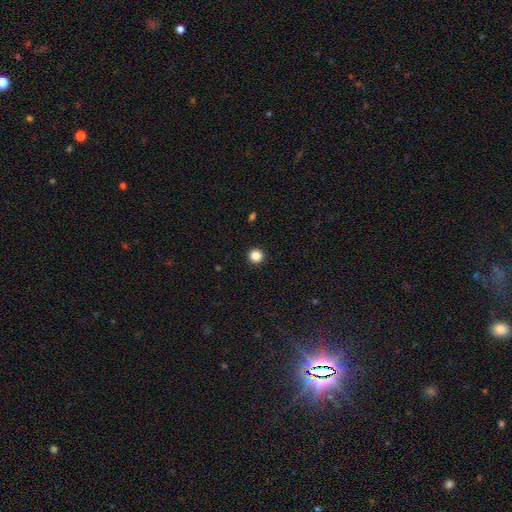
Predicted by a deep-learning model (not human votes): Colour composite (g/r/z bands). It shows a smooth galaxy with no disk features (86%) that is round (96%). Merging: none (94%).